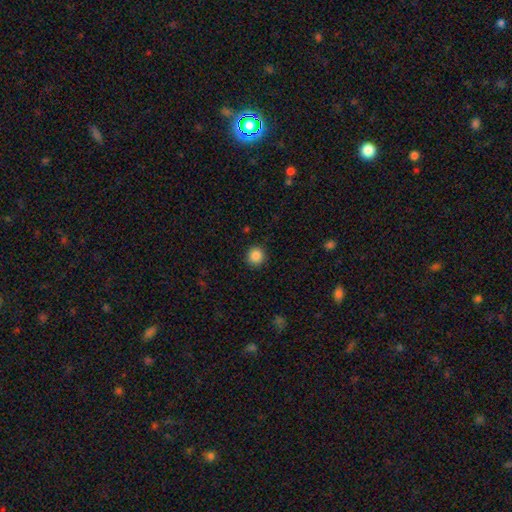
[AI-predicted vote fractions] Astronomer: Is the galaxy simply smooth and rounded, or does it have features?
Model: smooth — 87%.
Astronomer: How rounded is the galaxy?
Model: round — 92%.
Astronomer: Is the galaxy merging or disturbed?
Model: none — 91%.